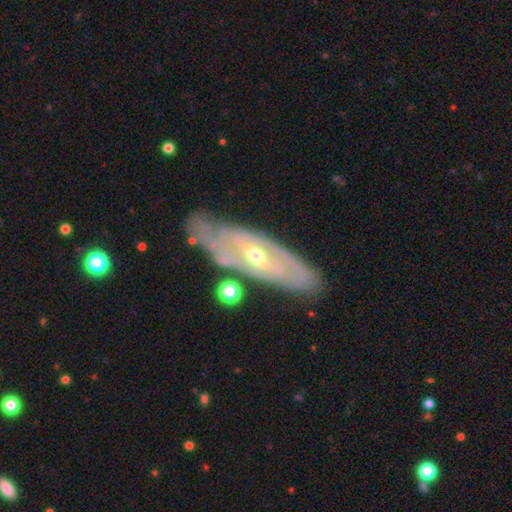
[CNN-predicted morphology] A featured or disk galaxy (82%) with no bar (42%), tight (66%) spiral arms (78%) and a moderate central bulge (51%).

Vote fractions:
- Smooth or featured? featured or disk: 82% / smooth: 12% / star or artifact: 6%
- Edge-on disk? no: 80% / yes: 20%
- Bar? no: 42% / weak: 39% / strong: 19%
- Spiral arms? yes: 78% / no: 22%
- Spiral winding? tight: 66% / medium: 26% / loose: 8%
- Spiral arm count? can't tell: 48% / 2: 36% / 3: 7% / 4: 4% / 1: 3% / more than 4: 3%
- Bulge size? moderate: 51% / small: 45% / large: 2% / none: 1% / dominant: 1%
- Merging? none: 77% / minor disturbance: 15% / major disturbance: 4% / merger: 3%